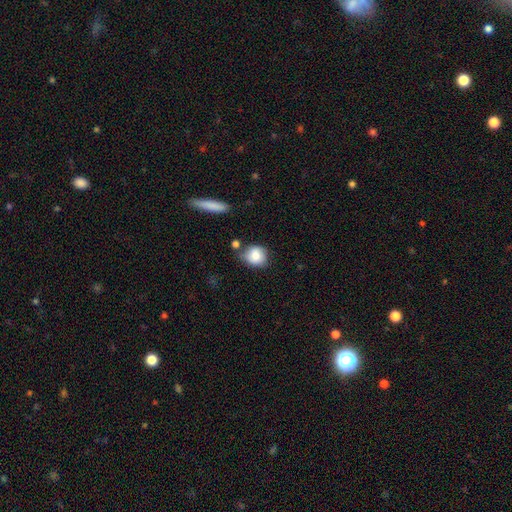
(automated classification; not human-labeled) Q: Smooth or featured?
A: smooth (82%); runner-up: featured or disk (10%)
Q: How rounded?
A: round (72%); runner-up: in between (27%)
Q: Merging?
A: none (59%); runner-up: minor disturbance (24%)